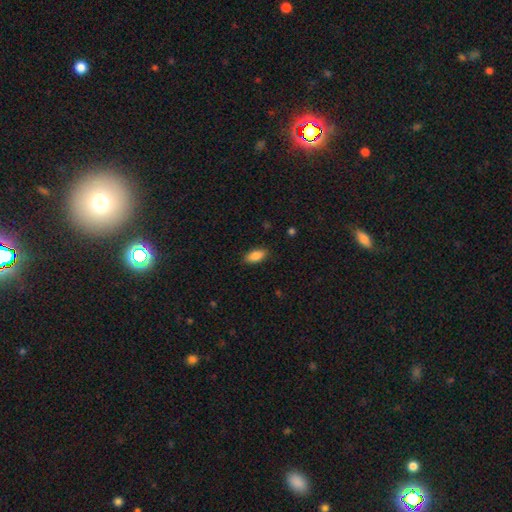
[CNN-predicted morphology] smooth_or_featured: smooth (p=0.85) [alt: star or artifact p=0.07]
how_rounded: in between (p=0.89) [alt: cigar-shaped p=0.08]
merging: none (p=0.86) [alt: minor disturbance p=0.10]